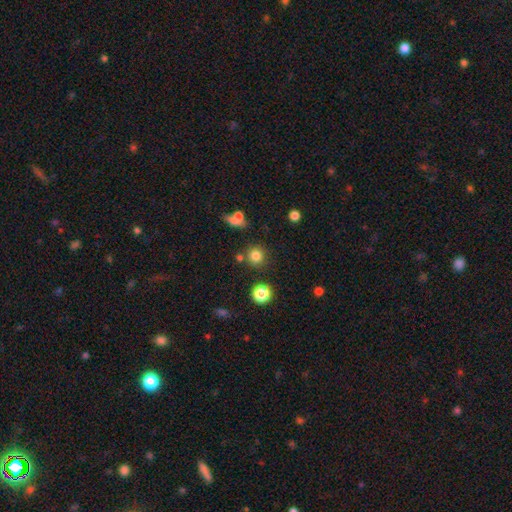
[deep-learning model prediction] Morphology: type=smooth (79%); roundness=round (92%); merging=none (81%).